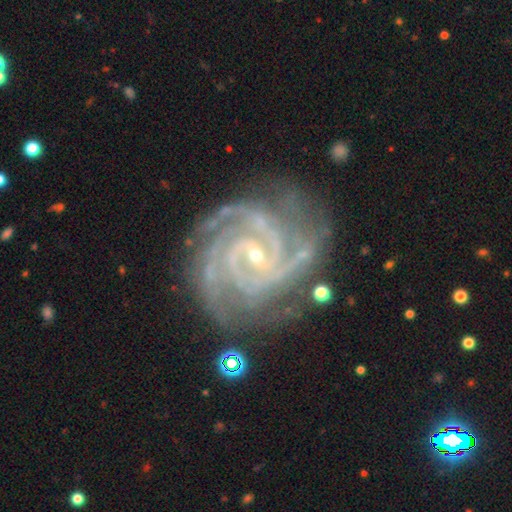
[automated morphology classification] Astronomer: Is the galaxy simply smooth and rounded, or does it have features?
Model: featured or disk — 93%.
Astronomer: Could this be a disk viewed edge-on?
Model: no — 98%.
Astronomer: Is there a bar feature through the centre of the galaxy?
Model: weak — 43% (runner-up: no, 34%).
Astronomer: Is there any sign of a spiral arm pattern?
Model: yes — 99%.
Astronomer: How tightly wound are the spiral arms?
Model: tight — 70%.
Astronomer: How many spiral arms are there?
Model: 3 — 29% (runner-up: 4, 27%).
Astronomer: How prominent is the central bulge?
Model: small — 83%.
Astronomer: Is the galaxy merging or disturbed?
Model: none — 74%.